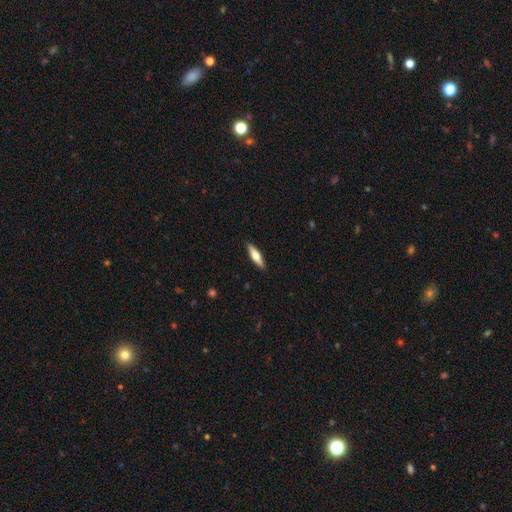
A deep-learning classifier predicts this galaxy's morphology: Smooth or featured? smooth (50%)
Merging? none (90%)